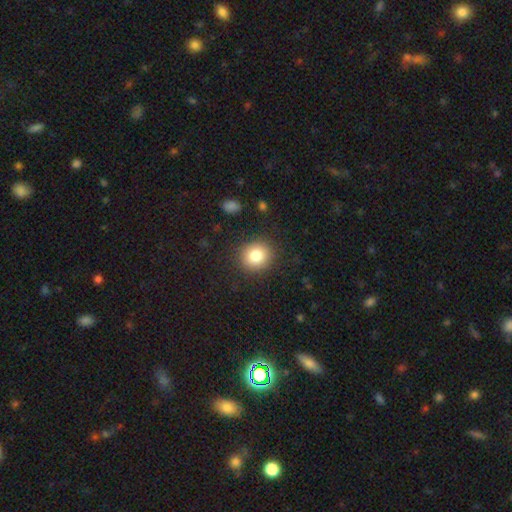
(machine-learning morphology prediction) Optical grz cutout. It shows a smooth galaxy with no disk features (83%) that is round (79%). Merging: none (88%).